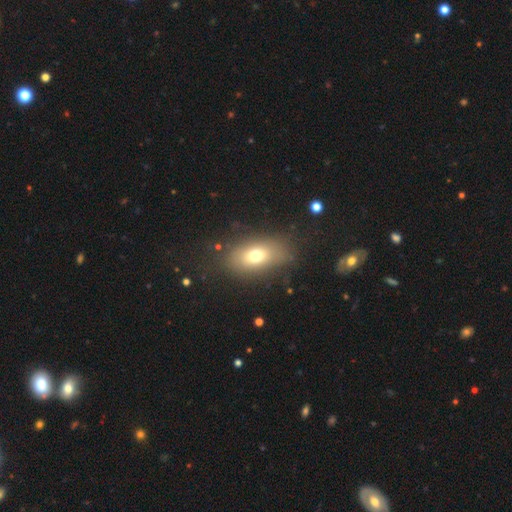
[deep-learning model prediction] Morphology: type=smooth (70%); roundness=in between (83%); merging=none (76%).